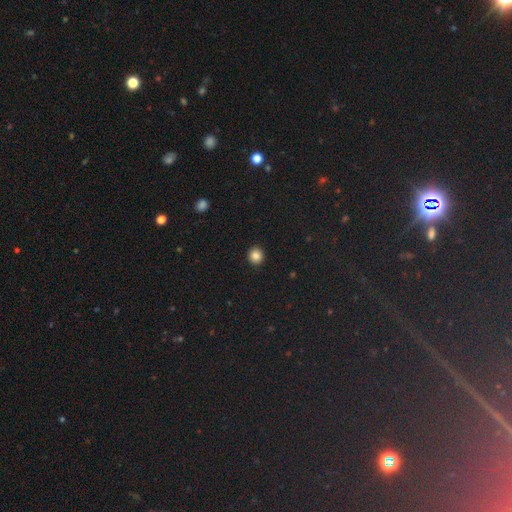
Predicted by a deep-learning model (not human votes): A smooth galaxy with no disk features (85%) that is round (90%).

Vote fractions:
- Smooth or featured? smooth: 85% / star or artifact: 11% / featured or disk: 5%
- How rounded? round: 90% / in between: 9% / cigar-shaped: 1%
- Merging? none: 93% / minor disturbance: 5% / major disturbance: 2% / merger: 1%